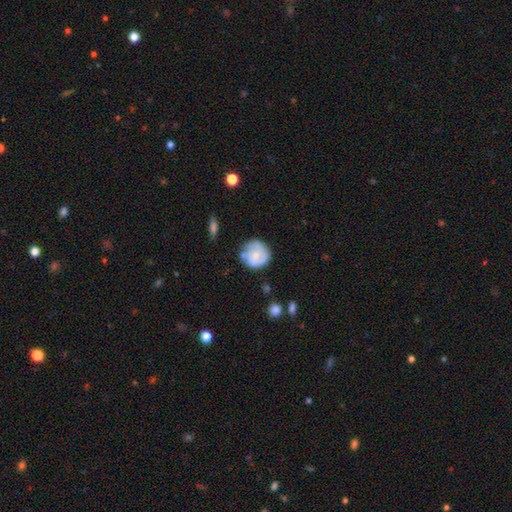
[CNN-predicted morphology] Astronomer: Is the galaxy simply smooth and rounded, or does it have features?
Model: smooth — 50% (runner-up: featured or disk, 44%).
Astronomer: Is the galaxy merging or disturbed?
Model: none — 62%.